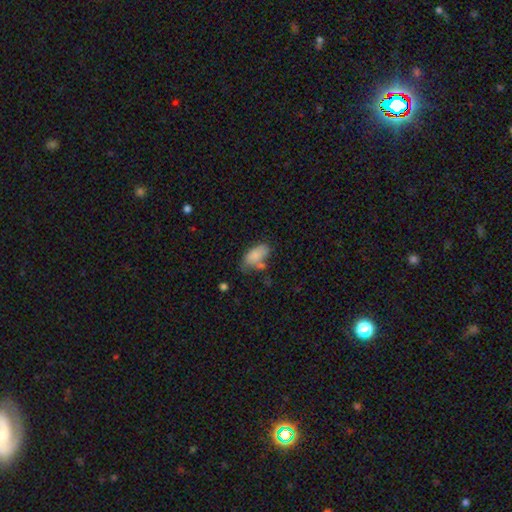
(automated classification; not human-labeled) Smooth or featured?
  - smooth: 81% *
  - featured or disk: 11%
  - star or artifact: 8%
How rounded?
  - in between: 91% *
  - cigar-shaped: 5%
  - round: 4%
Merging?
  - none: 43% *
  - minor disturbance: 26%
  - merger: 19%
  - major disturbance: 11%